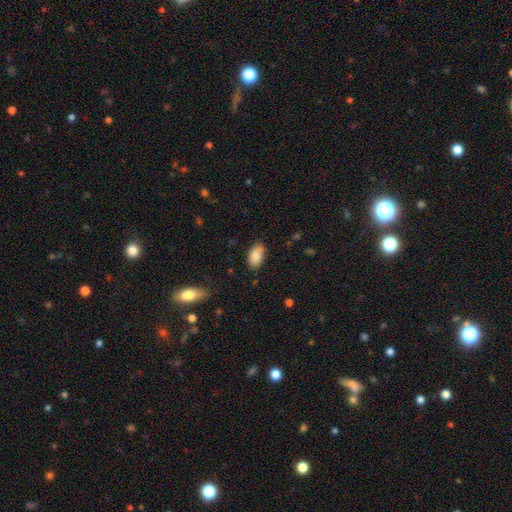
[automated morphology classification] Smooth or featured? Predicted: smooth (p=0.84). How rounded? Predicted: in between (p=0.93). Merging? Predicted: none (p=0.80).